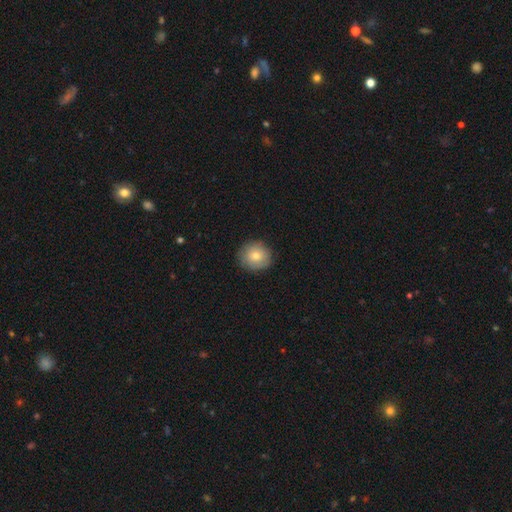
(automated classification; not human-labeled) Q: Smooth or featured?
A: smooth (72%); runner-up: featured or disk (19%)
Q: How rounded?
A: round (89%); runner-up: in between (10%)
Q: Merging?
A: none (86%); runner-up: minor disturbance (10%)